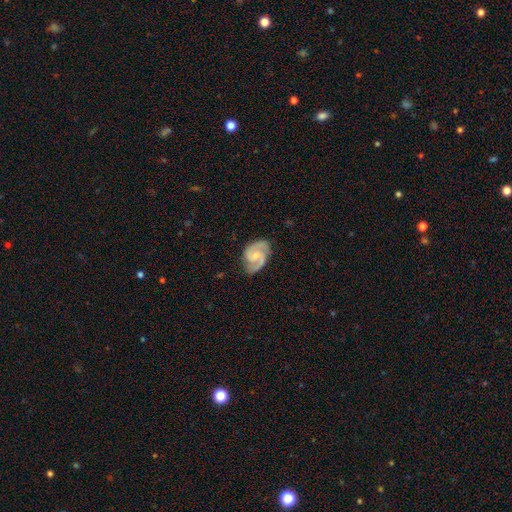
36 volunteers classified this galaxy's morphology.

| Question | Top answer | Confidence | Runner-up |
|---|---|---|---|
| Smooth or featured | featured or disk | 86% | smooth (14%) |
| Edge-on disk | no | 97% | yes (3%) |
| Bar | weak | 53% | no (33%) |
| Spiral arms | yes | 93% | no (7%) |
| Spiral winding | medium | 54% | tight (46%) |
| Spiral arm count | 2 | 100% | — |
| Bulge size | small | 83% | moderate (10%) |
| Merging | none | 67% | minor disturbance (28%) |